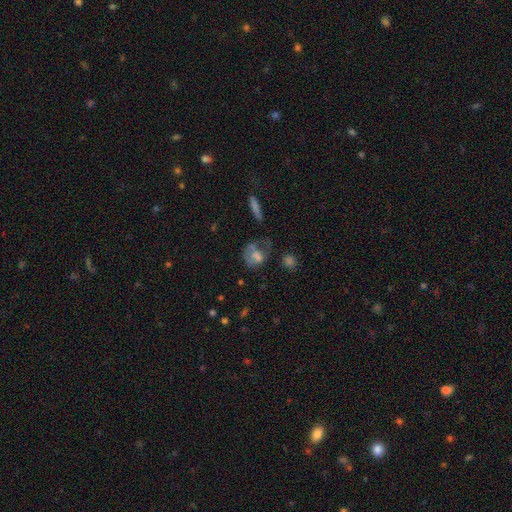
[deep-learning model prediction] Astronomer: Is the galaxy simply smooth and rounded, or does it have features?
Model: smooth — 50% (runner-up: featured or disk, 36%).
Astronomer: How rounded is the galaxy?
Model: in between — 55% (runner-up: round, 42%).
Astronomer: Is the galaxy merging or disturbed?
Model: major disturbance — 38% (runner-up: none, 28%).